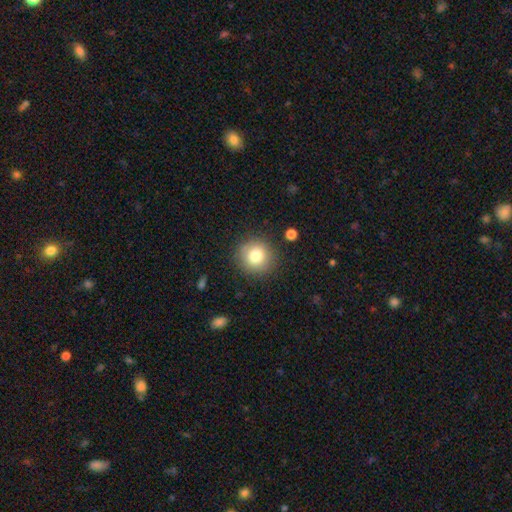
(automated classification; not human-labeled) smooth-or-featured: smooth: 79% | star or artifact: 11% | featured or disk: 10%
  how-rounded: round: 93% | in between: 6% | cigar-shaped: 1%
  merging: none: 87% | minor disturbance: 9% | major disturbance: 3% | merger: 2%